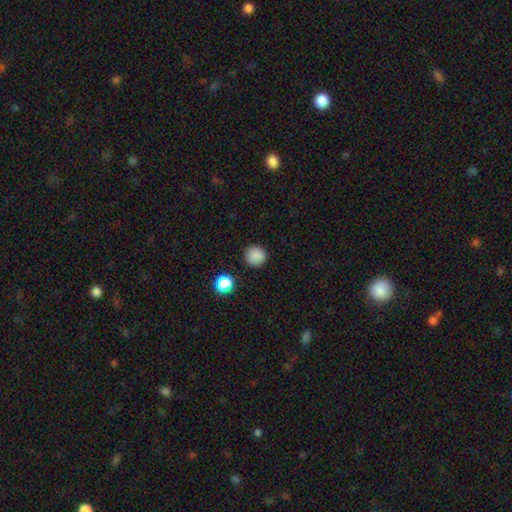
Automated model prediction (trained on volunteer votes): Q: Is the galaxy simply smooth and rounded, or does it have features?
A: smooth — 86%.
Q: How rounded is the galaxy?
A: round — 95%.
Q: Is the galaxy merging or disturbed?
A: none — 91%.